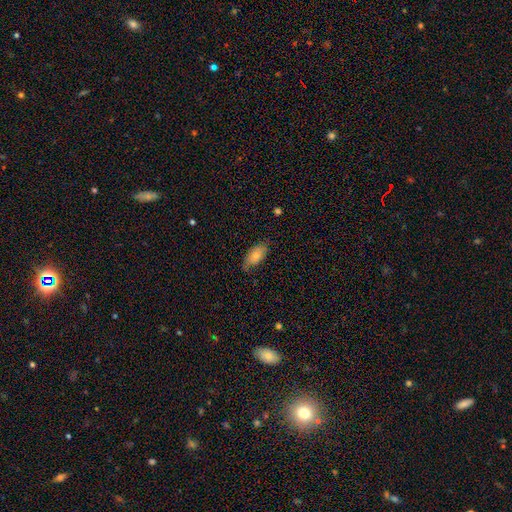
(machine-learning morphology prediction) Smooth or featured? smooth (74%)
How rounded? in between (91%)
Merging? none (66%)